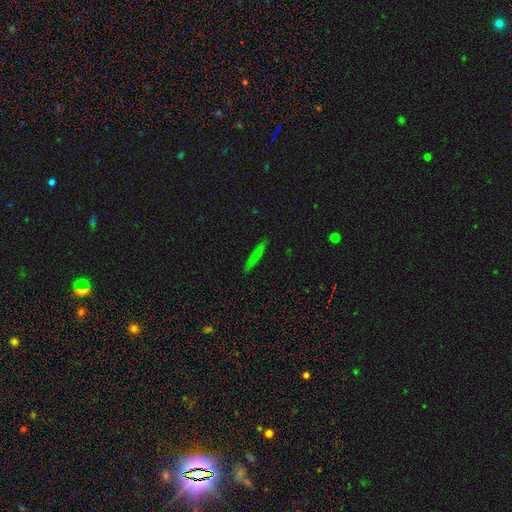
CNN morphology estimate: Smooth or featured? smooth (70%)
How rounded? cigar-shaped (93%)
Merging? none (89%)